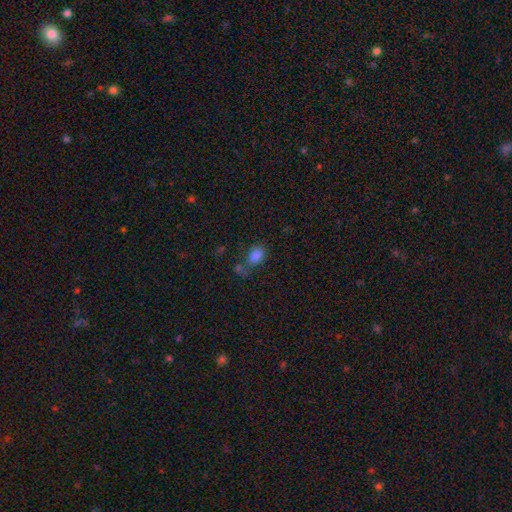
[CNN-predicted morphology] A smooth galaxy with no disk features (82%) that is in between round and cigar-shaped (83%). Merging: none (50%).